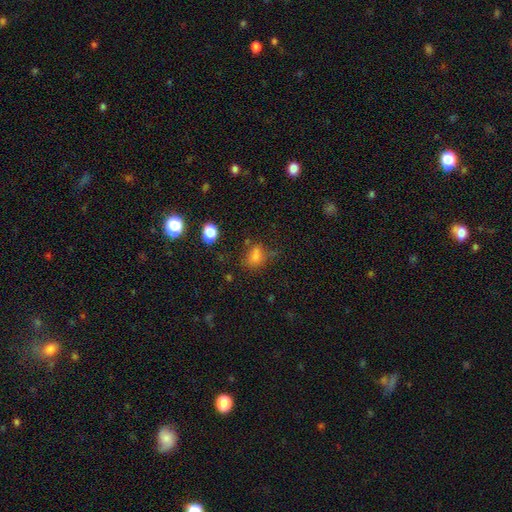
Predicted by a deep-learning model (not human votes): smooth-or-featured: smooth: 71% | star or artifact: 20% | featured or disk: 10%
  how-rounded: in between: 61% | round: 36% | cigar-shaped: 3%
  merging: none: 58% | minor disturbance: 22% | major disturbance: 13% | merger: 7%